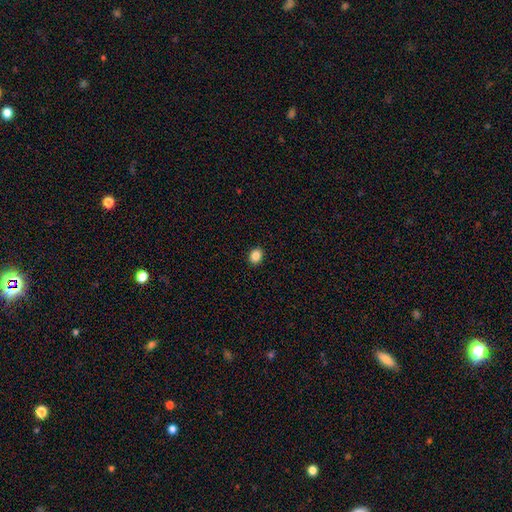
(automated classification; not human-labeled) Smooth or featured?
  - smooth: 86% *
  - star or artifact: 10%
  - featured or disk: 4%
How rounded?
  - round: 54% *
  - in between: 45%
  - cigar-shaped: 1%
Merging?
  - none: 92% *
  - minor disturbance: 5%
  - major disturbance: 2%
  - merger: 1%